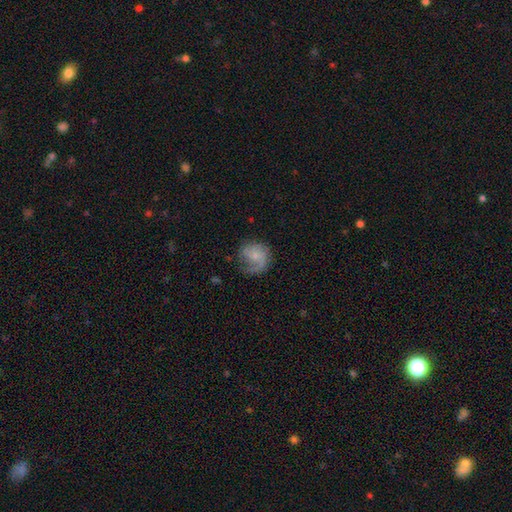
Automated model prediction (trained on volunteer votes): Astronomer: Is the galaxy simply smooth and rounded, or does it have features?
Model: featured or disk — 56% (runner-up: smooth, 36%).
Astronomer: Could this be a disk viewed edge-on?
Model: no — 98%.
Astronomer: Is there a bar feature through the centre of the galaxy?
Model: no — 73%.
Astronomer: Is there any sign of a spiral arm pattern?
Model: yes — 85%.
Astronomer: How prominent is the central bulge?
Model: small — 52%.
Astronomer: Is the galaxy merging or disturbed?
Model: none — 49% (runner-up: major disturbance, 26%).